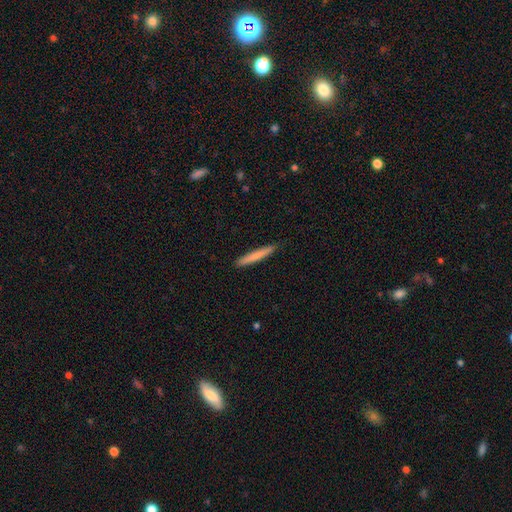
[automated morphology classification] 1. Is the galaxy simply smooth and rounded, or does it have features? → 74% smooth, 21% featured or disk, 5% star or artifact.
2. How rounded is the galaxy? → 96% cigar-shaped, 3% in between, 1% round.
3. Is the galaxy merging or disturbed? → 90% none, 8% minor disturbance, 1% major disturbance, 1% merger.